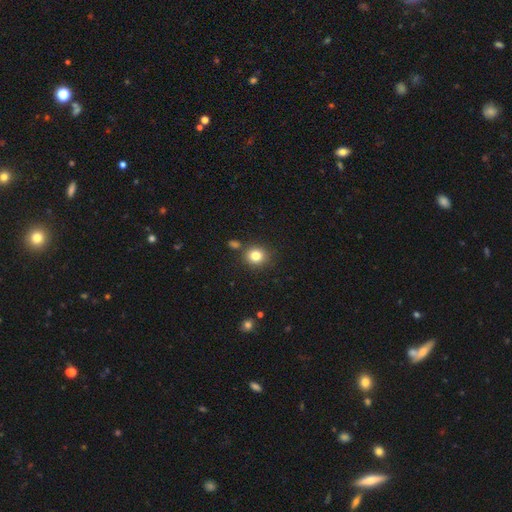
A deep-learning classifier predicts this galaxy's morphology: type=smooth (81%); roundness=round (83%); merging=none (82%).